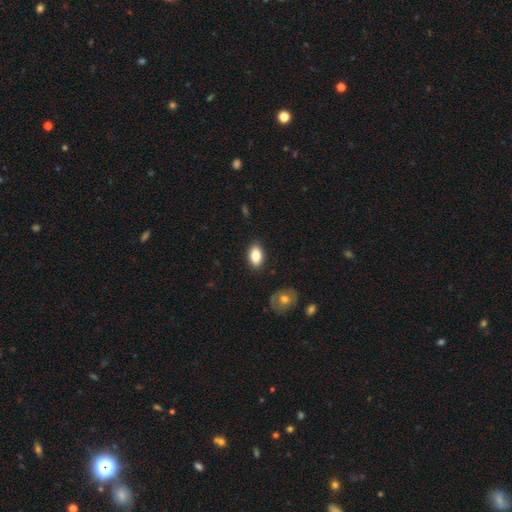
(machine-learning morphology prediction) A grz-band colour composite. It shows a smooth galaxy with no disk features (82%) that is in between round and cigar-shaped (90%). Merging: none (88%).